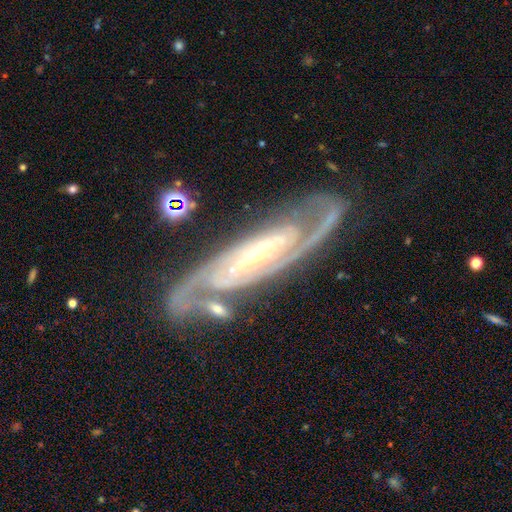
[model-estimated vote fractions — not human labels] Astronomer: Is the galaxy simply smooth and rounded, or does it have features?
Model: featured or disk — 91%.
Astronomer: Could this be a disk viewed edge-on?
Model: no — 89%.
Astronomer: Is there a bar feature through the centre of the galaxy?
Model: strong — 38% (runner-up: no, 32%).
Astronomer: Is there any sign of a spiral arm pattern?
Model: yes — 98%.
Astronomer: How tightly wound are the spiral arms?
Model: tight — 53% (runner-up: medium, 39%).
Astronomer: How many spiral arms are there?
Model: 2 — 81%.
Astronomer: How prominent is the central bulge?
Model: small — 78%.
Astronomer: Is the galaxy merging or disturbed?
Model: none — 74%.